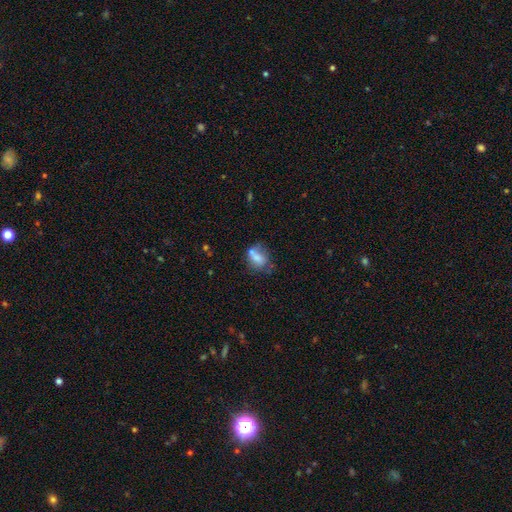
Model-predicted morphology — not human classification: A smooth galaxy with no disk features (66%) that is in between round and cigar-shaped (61%). Merging: none (39%).